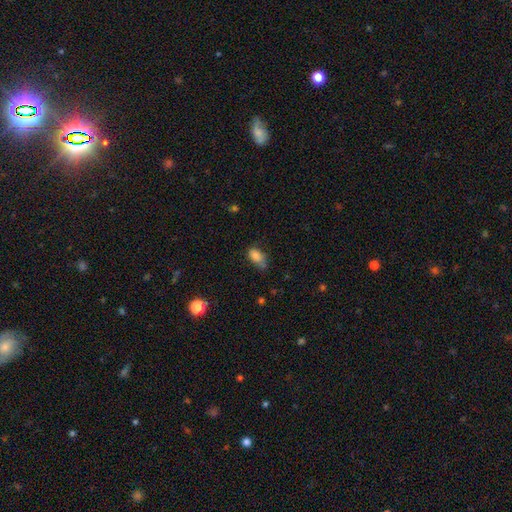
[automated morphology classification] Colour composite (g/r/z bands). It shows a smooth galaxy with no disk features (82%) that is in between round and cigar-shaped (89%). Merging: none (50%).